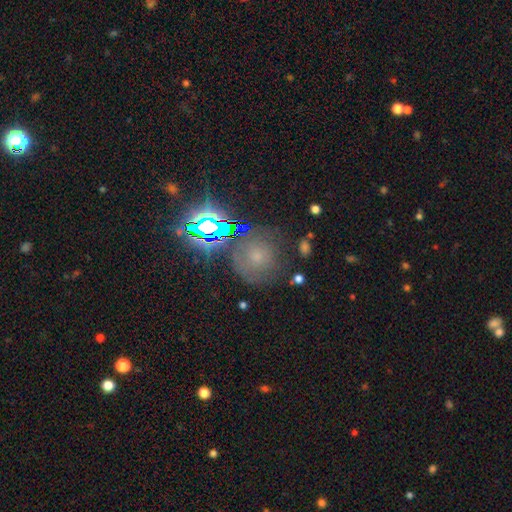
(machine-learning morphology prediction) A smooth galaxy with no disk features (54%) that is round (88%). Merging: none (68%).